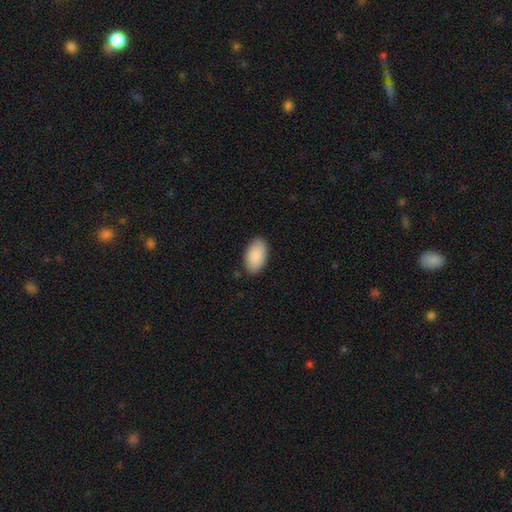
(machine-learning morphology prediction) Smooth or featured? smooth (90%)
How rounded? in between (96%)
Merging? none (86%)